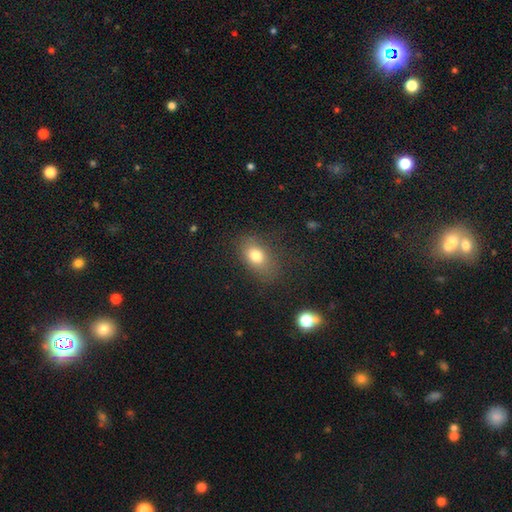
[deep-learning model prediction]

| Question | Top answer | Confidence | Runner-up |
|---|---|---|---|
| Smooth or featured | smooth | 78% | featured or disk (11%) |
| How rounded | in between | 77% | round (21%) |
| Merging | none | 74% | minor disturbance (17%) |